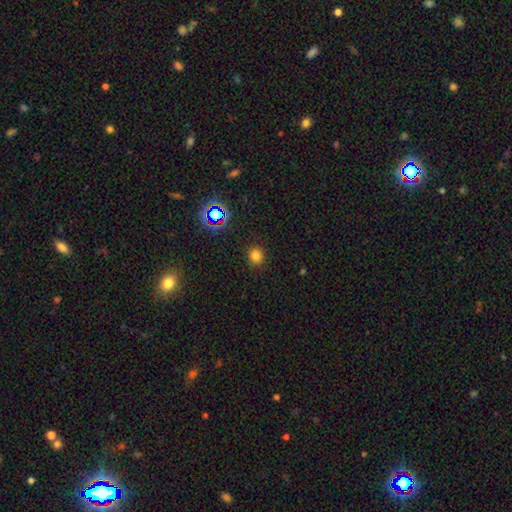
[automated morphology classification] Smooth or featured? smooth (77%)
How rounded? round (90%)
Merging? none (90%)